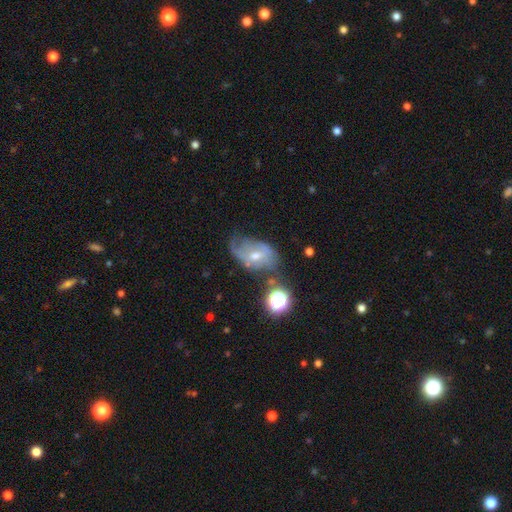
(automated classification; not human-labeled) Overall: featured or disk (63%; smooth 25%). Edge-on disk: no (95%). Bar: weak (46%; no 38%). Spiral arms: yes (78%). Bulge size: moderate (58%; small 36%). Merging: none (38%; minor disturbance 32%).